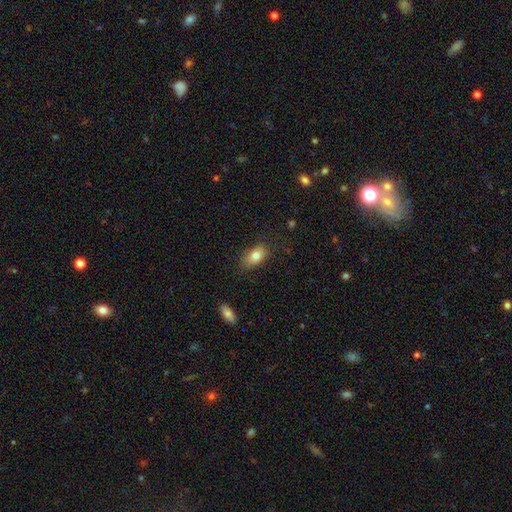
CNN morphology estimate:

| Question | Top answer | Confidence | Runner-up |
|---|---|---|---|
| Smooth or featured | smooth | 79% | featured or disk (12%) |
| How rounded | in between | 87% | round (10%) |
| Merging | none | 73% | minor disturbance (21%) |